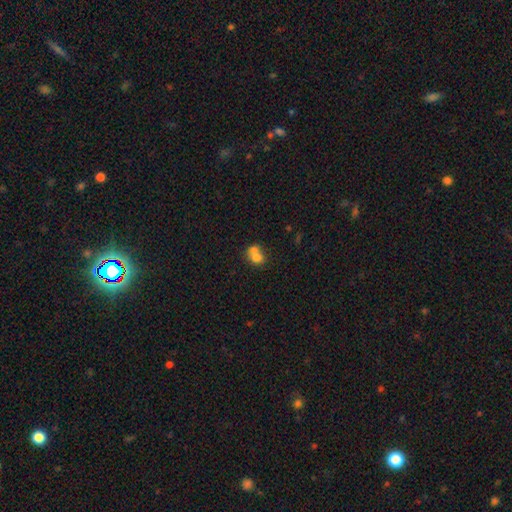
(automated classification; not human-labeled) smooth_or_featured: smooth (p=0.71) [alt: featured or disk p=0.18]
how_rounded: round (p=0.60) [alt: in between p=0.39]
merging: merger (p=0.65) [alt: none p=0.25]